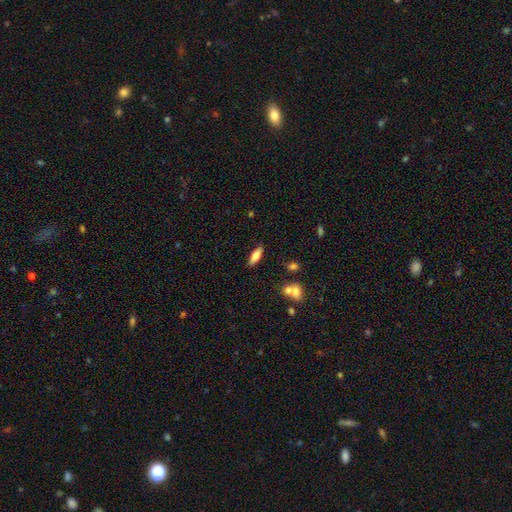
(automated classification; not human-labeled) smooth 70%, featured or disk 22%, star or artifact 8%. Down the decision tree: how rounded — in between (61%); merging — none (84%).